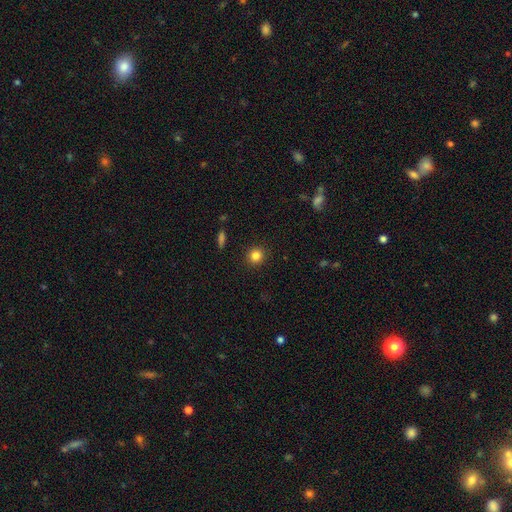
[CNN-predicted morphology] smooth_or_featured: smooth (p=0.83) [alt: star or artifact p=0.12]
how_rounded: round (p=0.92) [alt: in between p=0.07]
merging: none (p=0.91) [alt: minor disturbance p=0.06]